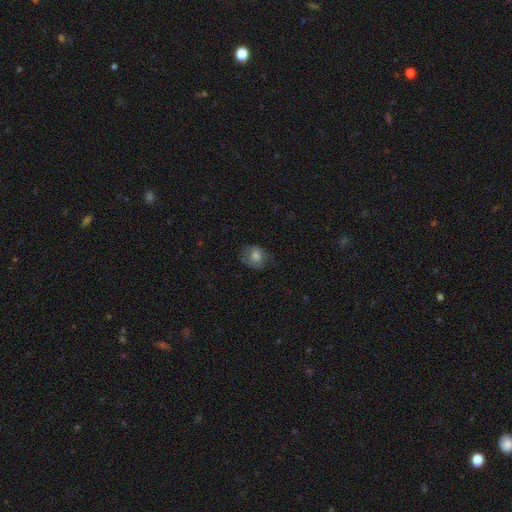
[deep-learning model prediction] smooth_or_featured: smooth (p=0.70) [alt: featured or disk p=0.19]
how_rounded: round (p=0.62) [alt: in between p=0.37]
merging: none (p=0.69) [alt: minor disturbance p=0.22]